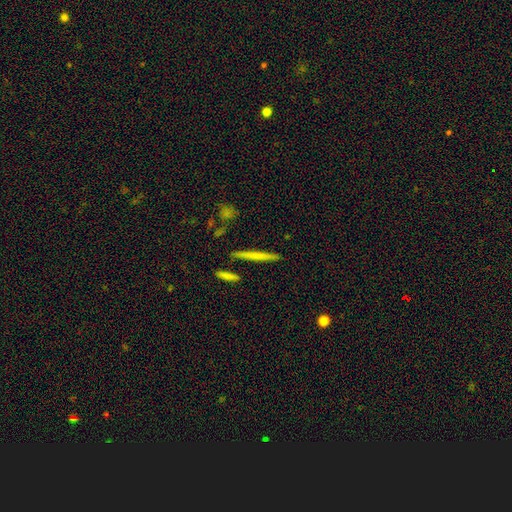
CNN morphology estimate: Q: Smooth or featured?
A: smooth (58%); runner-up: featured or disk (35%)
Q: How rounded?
A: cigar-shaped (95%); runner-up: in between (3%)
Q: Merging?
A: none (89%); runner-up: minor disturbance (6%)